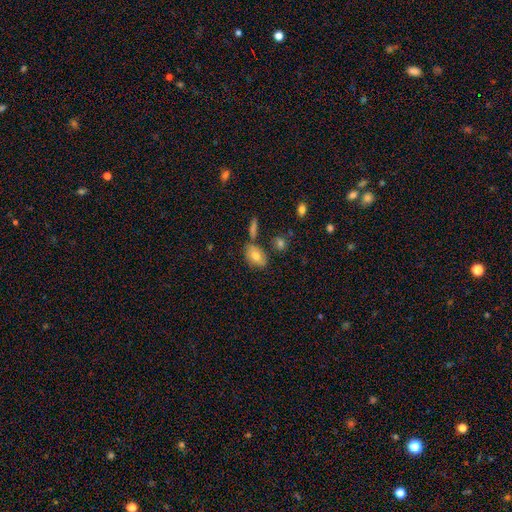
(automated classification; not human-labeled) This appears to be a smooth galaxy with no disk features (74%) that is in between round and cigar-shaped (85%). Merging: none (68%).